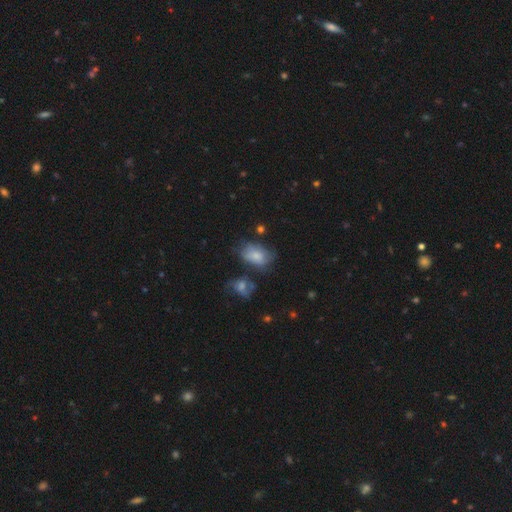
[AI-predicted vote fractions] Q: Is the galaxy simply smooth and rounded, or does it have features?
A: smooth — 66%.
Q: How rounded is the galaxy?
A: in between — 84%.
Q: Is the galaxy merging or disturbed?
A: none — 45%.